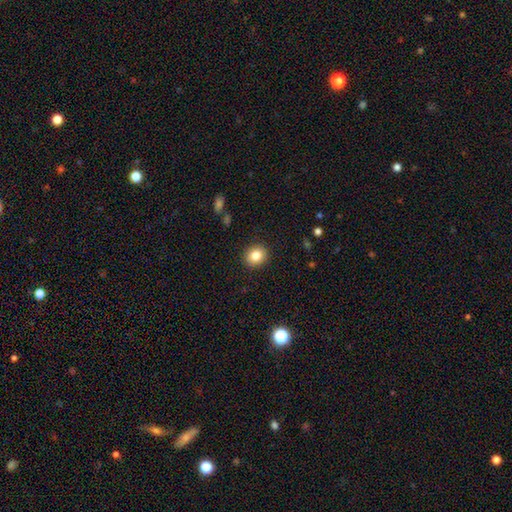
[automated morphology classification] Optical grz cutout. It shows a smooth galaxy with no disk features (84%) that is round (69%). Merging: none (91%).